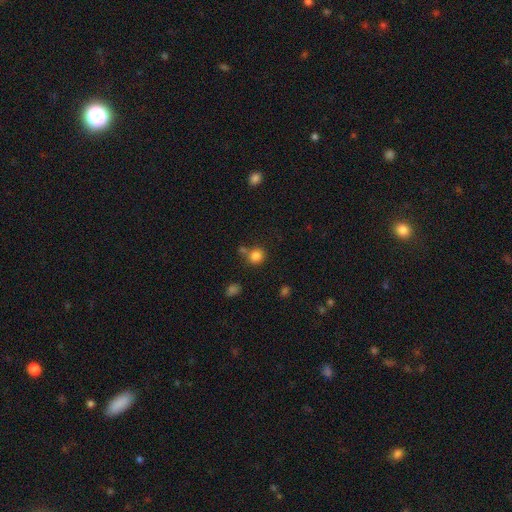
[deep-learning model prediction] This is clearly a smooth galaxy (82%). How rounded: clearly round (83%). Merging: likely none (65%).